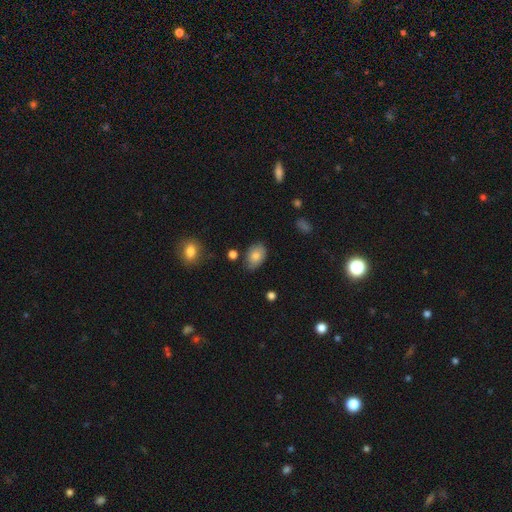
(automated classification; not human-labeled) The model was most divided on "merging": none: 69%, minor disturbance: 24%, major disturbance: 5%, merger: 3%. More confident: how rounded — in between (85%); smooth or featured — smooth (78%).